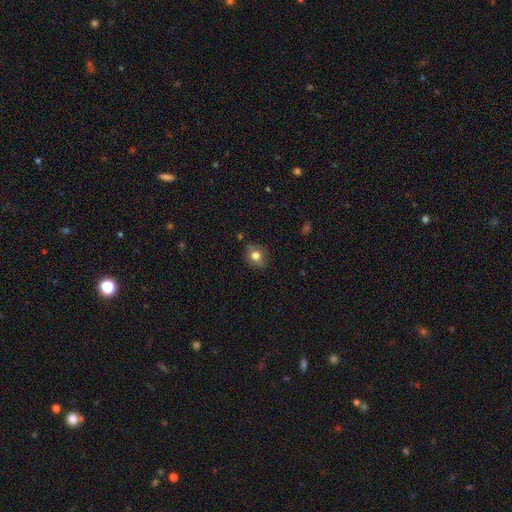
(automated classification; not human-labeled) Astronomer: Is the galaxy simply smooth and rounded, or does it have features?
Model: smooth — 78%.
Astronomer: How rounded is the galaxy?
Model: round — 74%.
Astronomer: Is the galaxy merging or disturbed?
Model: none — 79%.